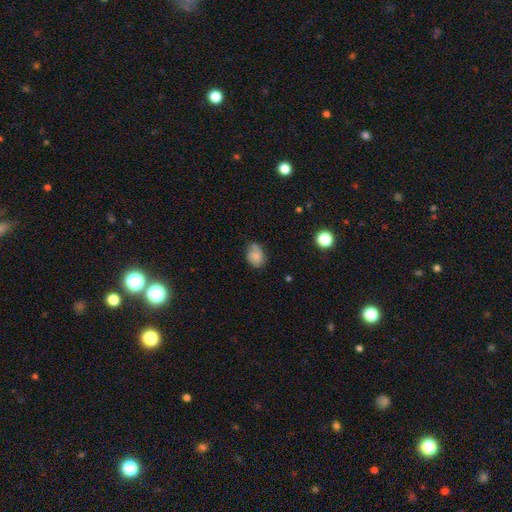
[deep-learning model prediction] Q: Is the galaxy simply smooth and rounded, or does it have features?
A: smooth — 76%.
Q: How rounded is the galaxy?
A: in between — 62%.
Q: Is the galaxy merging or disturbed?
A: none — 56%.